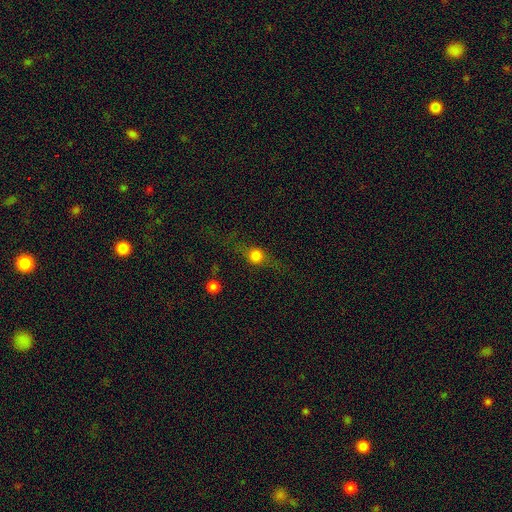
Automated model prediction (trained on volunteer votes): This appears to be a smooth galaxy with no disk features (53%) that is round (64%). Merging: none (68%).